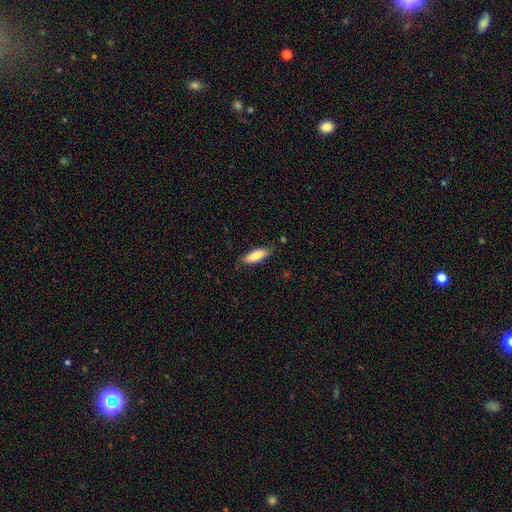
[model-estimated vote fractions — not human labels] Overall: smooth (83%). How rounded: in between (65%; cigar-shaped 34%). Merging: none (80%).